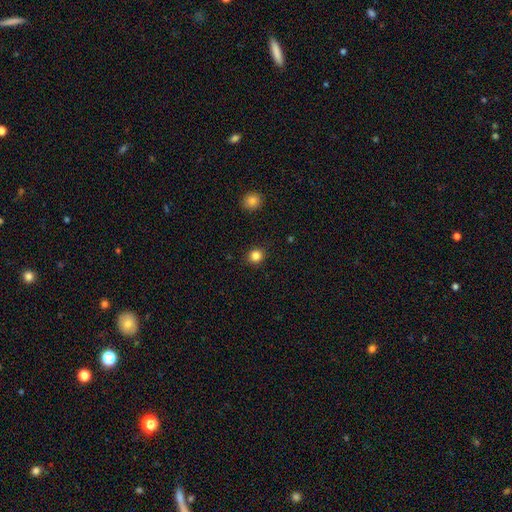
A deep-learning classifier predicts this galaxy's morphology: smooth-or-featured: smooth: 84% | star or artifact: 12% | featured or disk: 4%
  how-rounded: round: 89% | in between: 10% | cigar-shaped: 1%
  merging: none: 90% | minor disturbance: 6% | major disturbance: 2% | merger: 1%